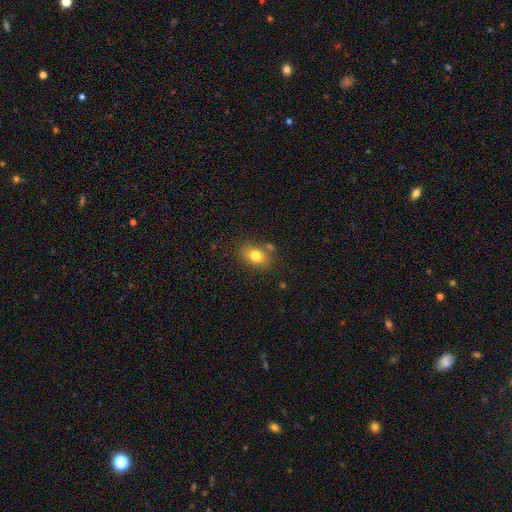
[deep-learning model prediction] smooth_or_featured: smooth (p=0.79) [alt: featured or disk p=0.12]
how_rounded: in between (p=0.80) [alt: round p=0.18]
merging: none (p=0.74) [alt: minor disturbance p=0.14]